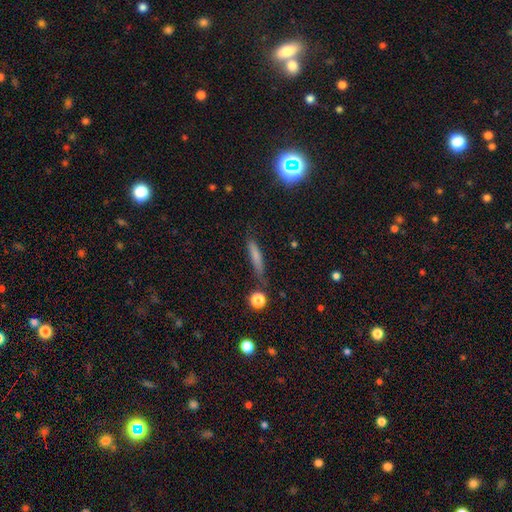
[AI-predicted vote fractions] smooth 66%, featured or disk 23%, star or artifact 12%. Down the decision tree: how rounded — cigar-shaped (88%); merging — none (73%).